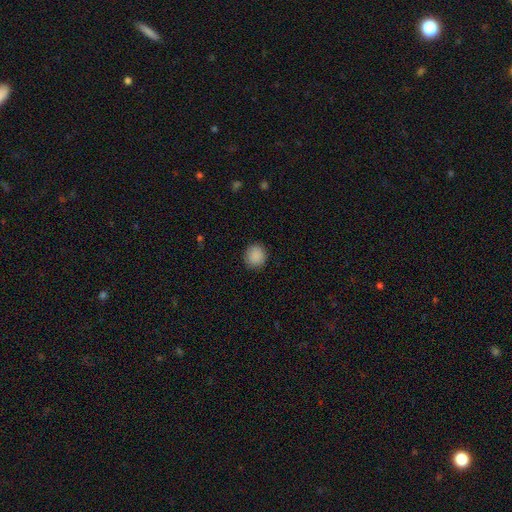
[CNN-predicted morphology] A smooth galaxy with no disk features (89%) that is round (87%). Merging: none (89%).